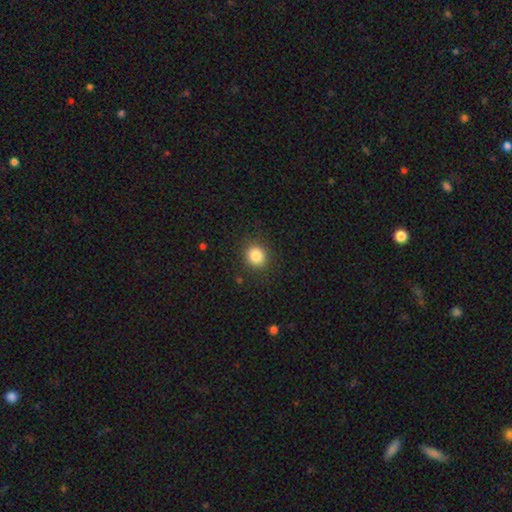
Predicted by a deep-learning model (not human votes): A smooth galaxy with no disk features (84%) that is round (78%). Merging: none (88%).